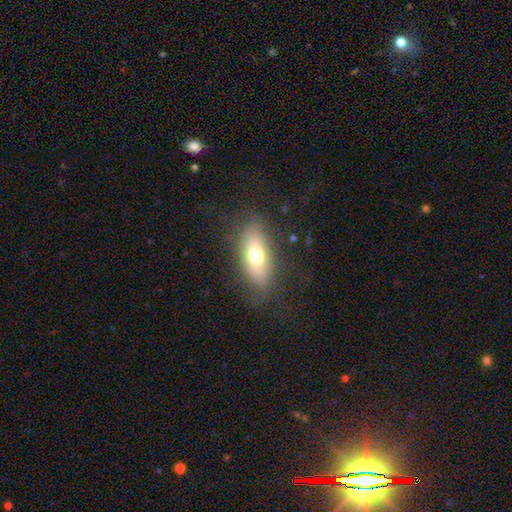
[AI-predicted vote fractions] This is likely a smooth galaxy (65%). How rounded: likely in between (78%). Merging: likely none (77%).